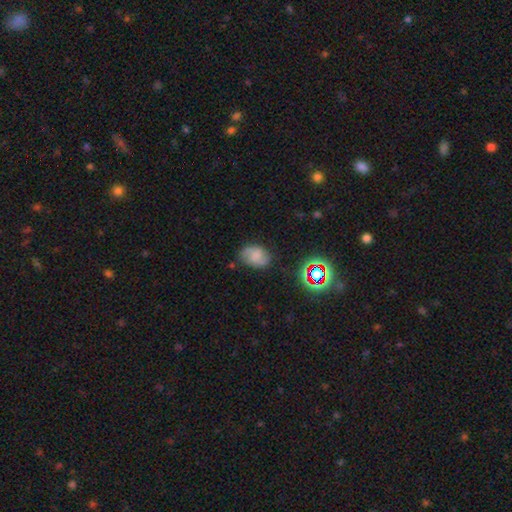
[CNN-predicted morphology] This is possibly a smooth galaxy (56%). How rounded: likely in between (77%). Merging: likely none (71%).